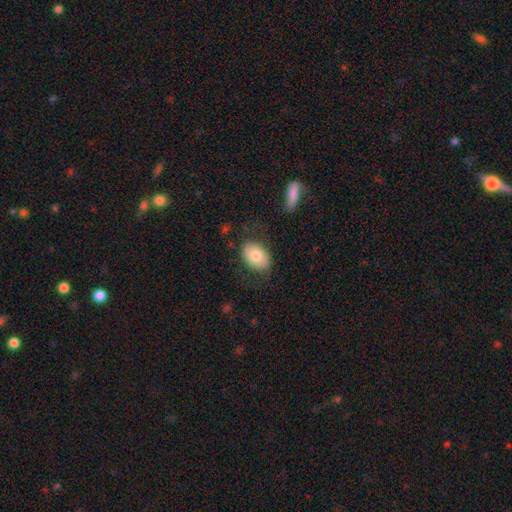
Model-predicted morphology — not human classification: A smooth galaxy with no disk features (78%) that is in between round and cigar-shaped (84%).

Vote fractions:
- Smooth or featured? smooth: 78% / featured or disk: 16% / star or artifact: 7%
- How rounded? in between: 84% / round: 15% / cigar-shaped: 1%
- Merging? none: 77% / minor disturbance: 15% / major disturbance: 6% / merger: 2%